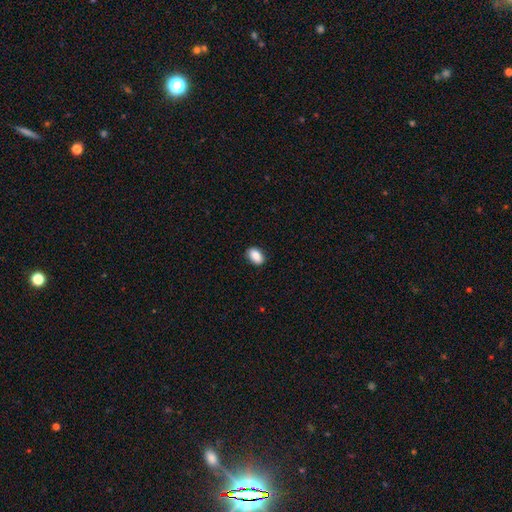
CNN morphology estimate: Smooth or featured? Predicted: smooth (p=0.89). How rounded? Predicted: in between (p=0.89). Merging? Predicted: none (p=0.87).